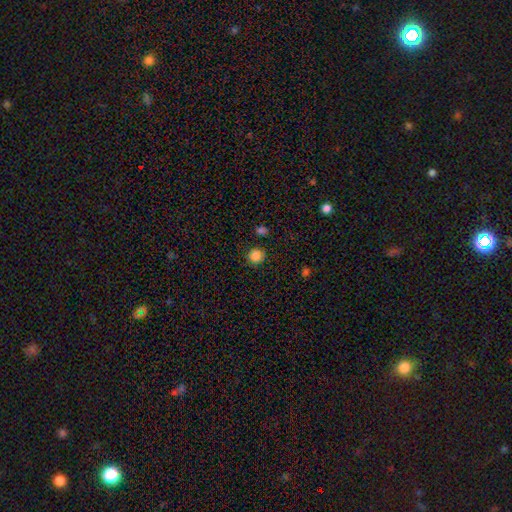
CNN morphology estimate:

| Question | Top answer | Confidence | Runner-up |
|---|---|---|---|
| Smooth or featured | smooth | 85% | star or artifact (11%) |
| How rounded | round | 92% | in between (7%) |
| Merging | none | 87% | minor disturbance (8%) |